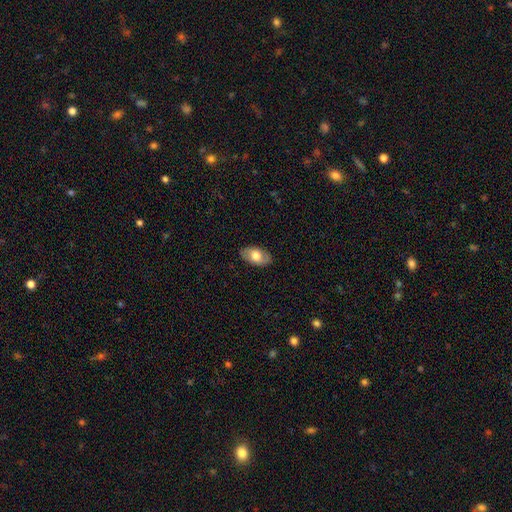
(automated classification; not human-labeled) smooth_or_featured: smooth (p=0.66) [alt: featured or disk p=0.28]
how_rounded: in between (p=0.93) [alt: round p=0.05]
merging: none (p=0.85) [alt: minor disturbance p=0.12]